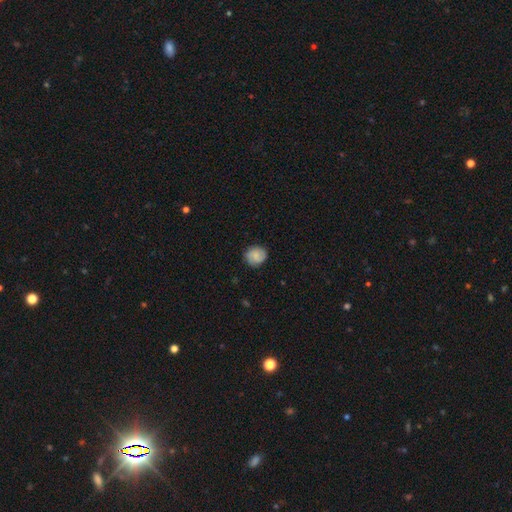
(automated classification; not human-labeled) Smooth or featured?
  - smooth: 67% *
  - featured or disk: 25%
  - star or artifact: 8%
How rounded?
  - round: 81% *
  - in between: 18%
  - cigar-shaped: 1%
Merging?
  - none: 82% *
  - minor disturbance: 14%
  - major disturbance: 3%
  - merger: 1%